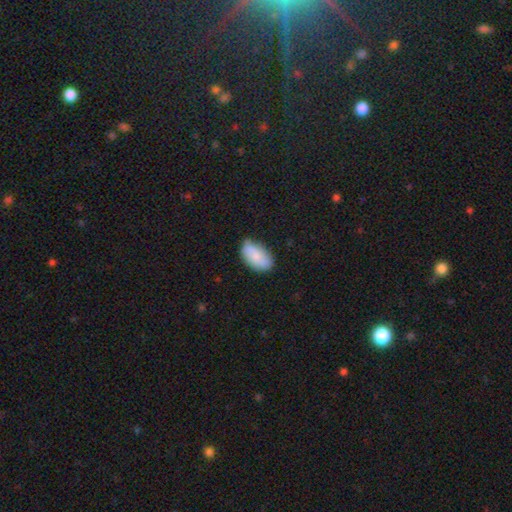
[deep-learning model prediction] Overall: smooth (79%). How rounded: in between (94%). Merging: none (69%).